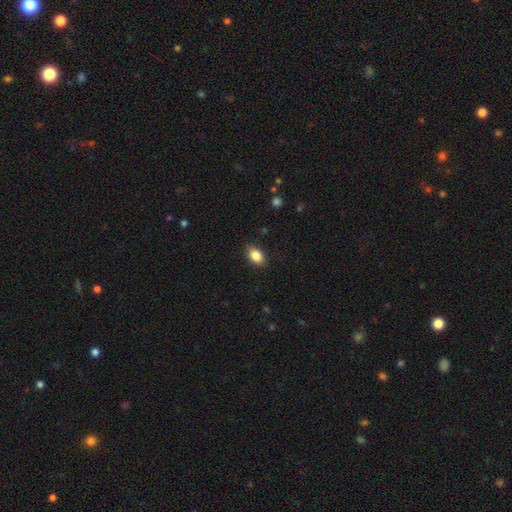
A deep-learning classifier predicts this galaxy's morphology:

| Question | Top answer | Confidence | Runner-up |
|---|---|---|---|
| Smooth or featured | smooth | 86% | star or artifact (8%) |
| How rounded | in between | 86% | round (13%) |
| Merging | none | 86% | minor disturbance (11%) |